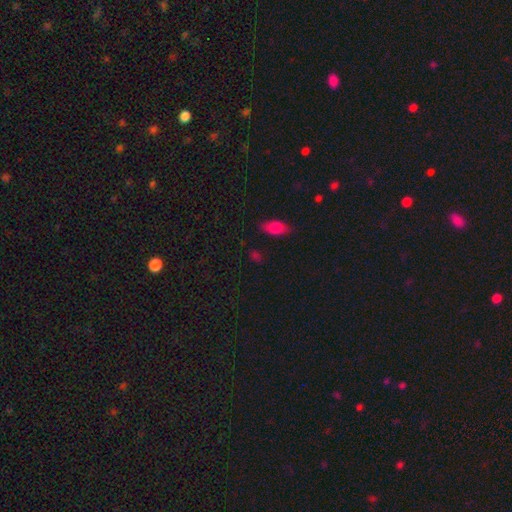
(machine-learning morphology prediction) Smooth or featured? smooth (65%)
How rounded? in between (73%)
Merging? none (80%)